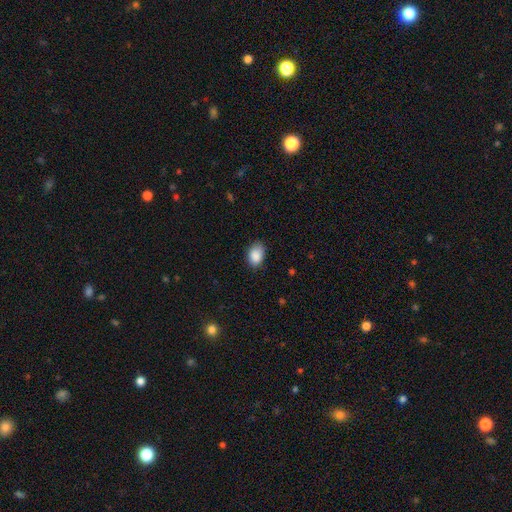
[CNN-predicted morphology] Smooth or featured? Predicted: smooth (p=0.88). How rounded? Predicted: in between (p=0.81). Merging? Predicted: none (p=0.74).